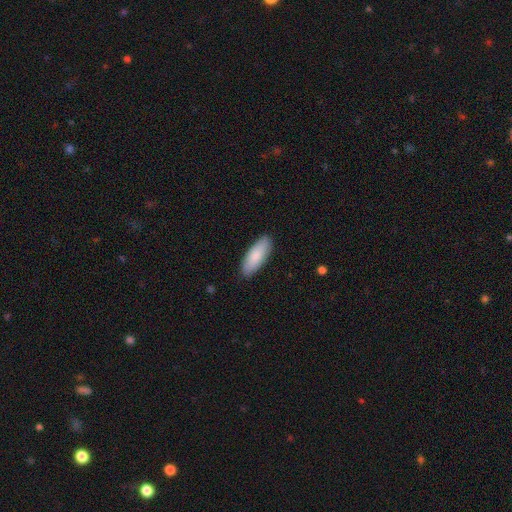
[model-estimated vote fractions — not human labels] Smooth or featured?
  - smooth: 86% *
  - featured or disk: 9%
  - star or artifact: 5%
How rounded?
  - in between: 74% *
  - cigar-shaped: 25%
  - round: 2%
Merging?
  - none: 88% *
  - minor disturbance: 9%
  - major disturbance: 2%
  - merger: 1%